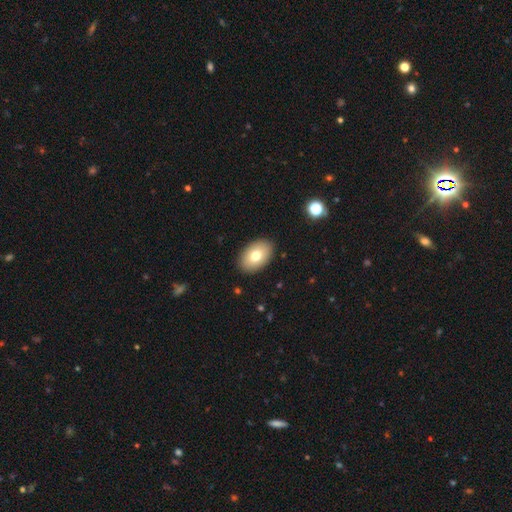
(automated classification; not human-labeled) Q: Smooth or featured?
A: smooth (76%); runner-up: featured or disk (16%)
Q: How rounded?
A: in between (90%); runner-up: round (9%)
Q: Merging?
A: none (89%); runner-up: minor disturbance (8%)